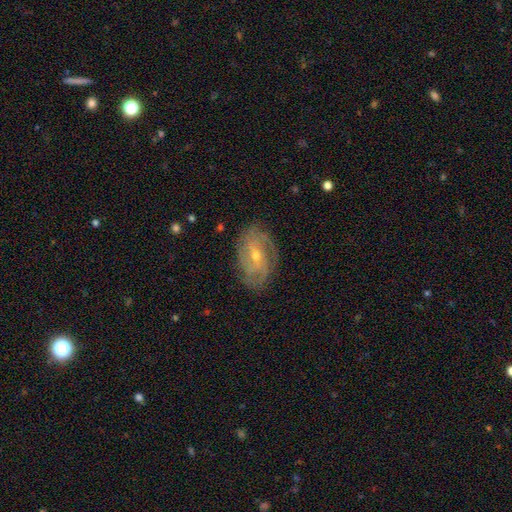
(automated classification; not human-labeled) Smooth or featured?
  - featured or disk: 82% *
  - smooth: 12%
  - star or artifact: 7%
Edge-on disk?
  - no: 96% *
  - yes: 4%
Bar?
  - no: 48% *
  - weak: 41%
  - strong: 11%
Spiral arms?
  - yes: 93% *
  - no: 7%
Spiral winding?
  - tight: 55% *
  - medium: 34%
  - loose: 10%
Spiral arm count?
  - can't tell: 29% *
  - 3: 24%
  - 2: 23%
  - 4: 13%
  - 1: 5%
  - more than 4: 5%
Bulge size?
  - small: 54% *
  - moderate: 43%
  - large: 1%
  - none: 1%
  - dominant: 1%
Merging?
  - none: 78% *
  - minor disturbance: 16%
  - major disturbance: 5%
  - merger: 1%